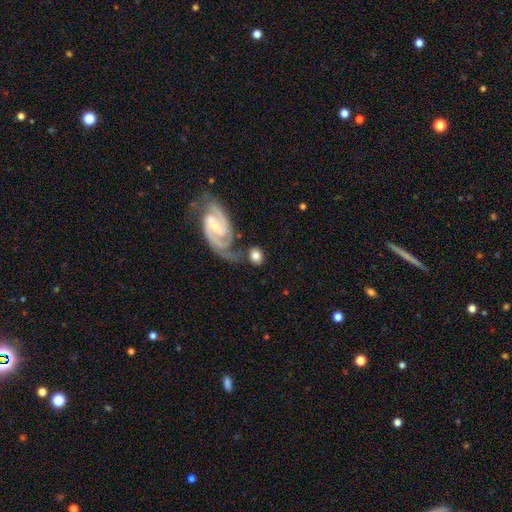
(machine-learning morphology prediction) Overall: smooth (61%; featured or disk 32%). How rounded: round (69%; in between 29%). Merging: none (64%).